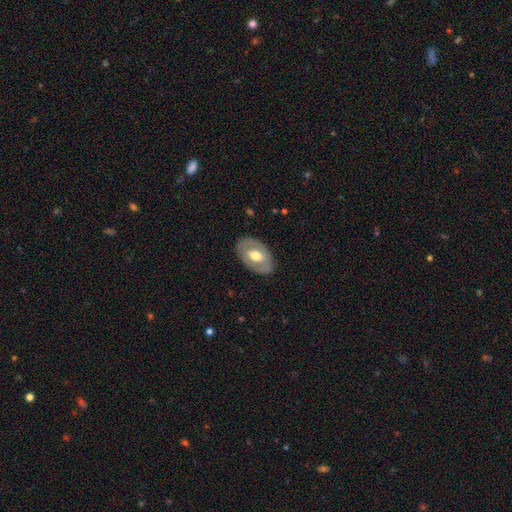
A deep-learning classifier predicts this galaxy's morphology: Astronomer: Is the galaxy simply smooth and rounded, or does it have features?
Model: featured or disk — 50% (runner-up: smooth, 45%).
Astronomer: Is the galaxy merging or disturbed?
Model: none — 83%.